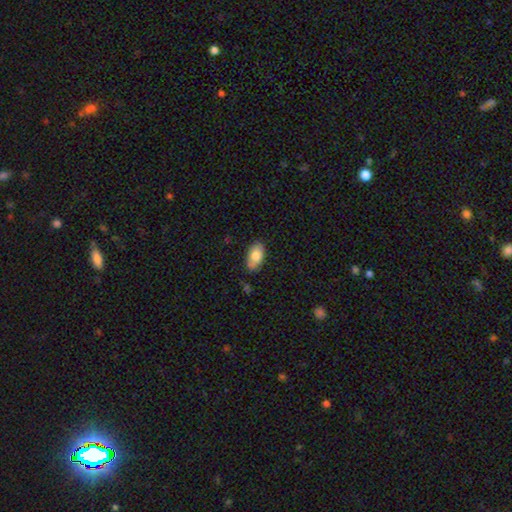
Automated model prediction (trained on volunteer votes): A smooth galaxy with no disk features (79%) that is in between round and cigar-shaped (93%). Merging: none (75%).